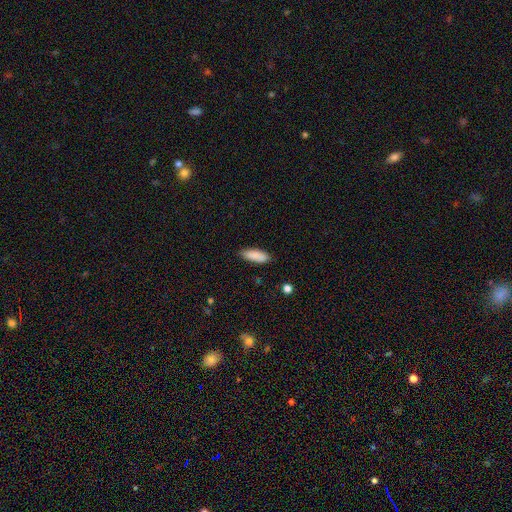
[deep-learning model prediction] This is clearly a smooth galaxy (88%). How rounded: likely in between (63%). Merging: clearly none (84%).